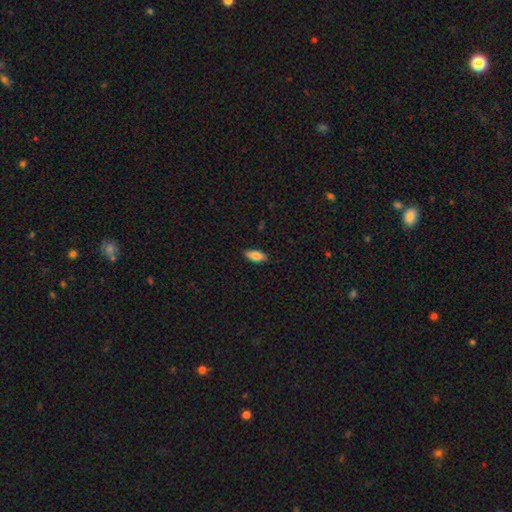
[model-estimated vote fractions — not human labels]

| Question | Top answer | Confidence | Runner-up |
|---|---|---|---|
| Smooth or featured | smooth | 82% | featured or disk (11%) |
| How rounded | in between | 83% | cigar-shaped (15%) |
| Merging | none | 87% | minor disturbance (10%) |